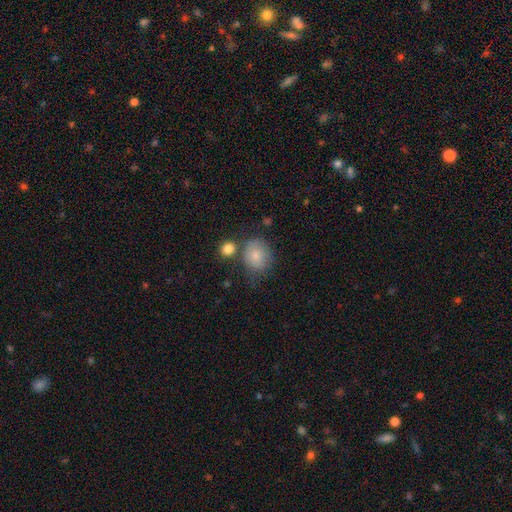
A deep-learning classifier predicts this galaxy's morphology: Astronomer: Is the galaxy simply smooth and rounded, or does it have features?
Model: smooth — 81%.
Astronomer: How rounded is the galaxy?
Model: round — 63%.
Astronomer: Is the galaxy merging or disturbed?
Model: none — 55%.